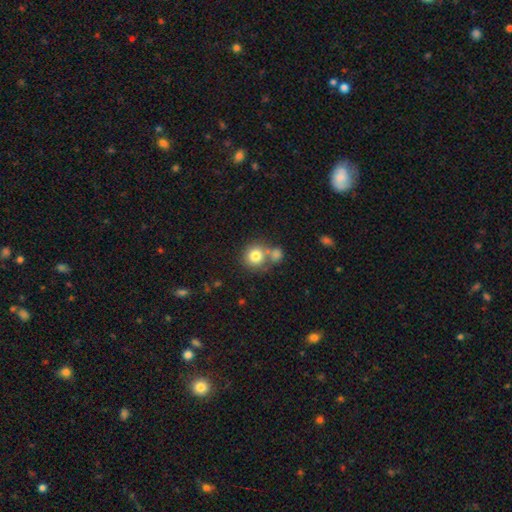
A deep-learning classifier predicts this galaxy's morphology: This appears to be a smooth galaxy with no disk features (78%) that is round (87%). Merging: none (54%).